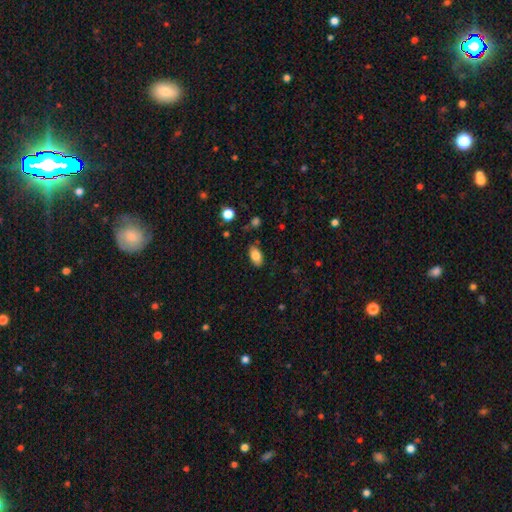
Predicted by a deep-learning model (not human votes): Smooth or featured? Predicted: smooth (p=0.82). How rounded? Predicted: in between (p=0.91). Merging? Predicted: none (p=0.83).